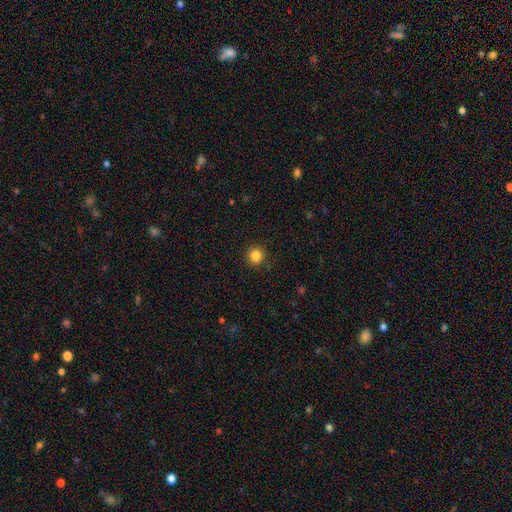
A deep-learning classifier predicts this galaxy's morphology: Smooth or featured? smooth (84%)
How rounded? round (95%)
Merging? none (92%)